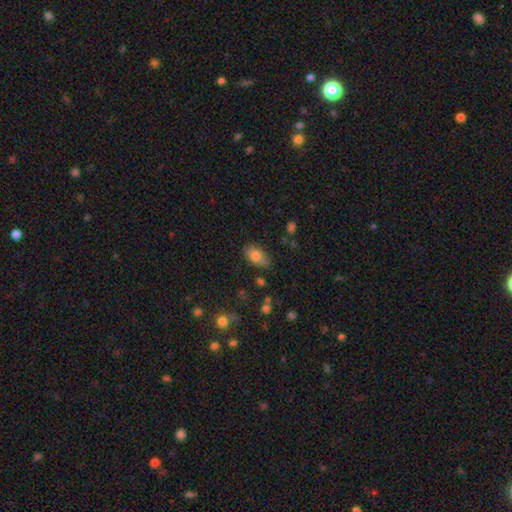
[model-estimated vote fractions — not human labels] smooth-or-featured: smooth: 78% | featured or disk: 14% | star or artifact: 8%
  how-rounded: in between: 91% | round: 6% | cigar-shaped: 3%
  merging: none: 78% | minor disturbance: 17% | major disturbance: 3% | merger: 2%